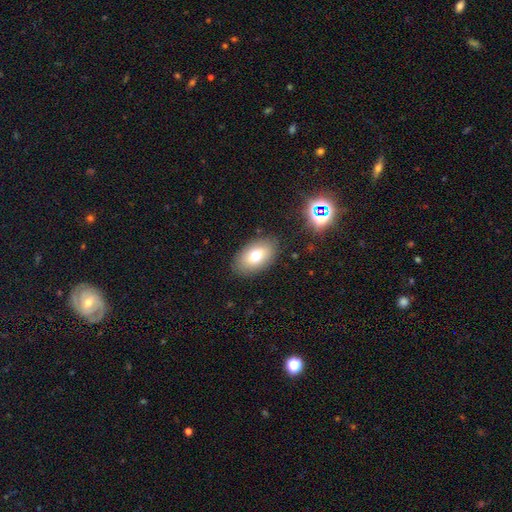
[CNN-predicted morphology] Smooth or featured: smooth — 72% (featured or disk — 19%)
How rounded: in between — 92% (round — 7%)
Merging: none — 85% (minor disturbance — 10%)